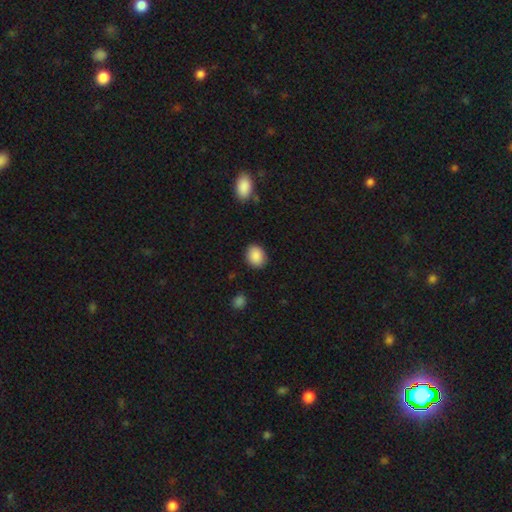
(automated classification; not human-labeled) This appears to be a smooth galaxy with no disk features (89%) that is round (50%). Merging: none (86%).